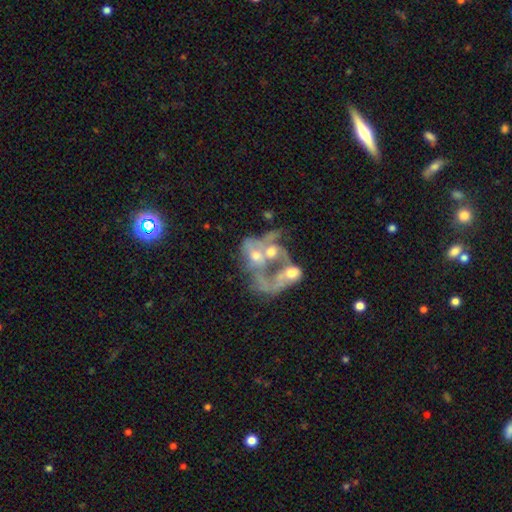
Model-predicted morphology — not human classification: This appears to be a featured or disk galaxy (64%) with no bar (82%), no spiral arms (64%) and a moderate central bulge (53%). Merging: merger (75%).